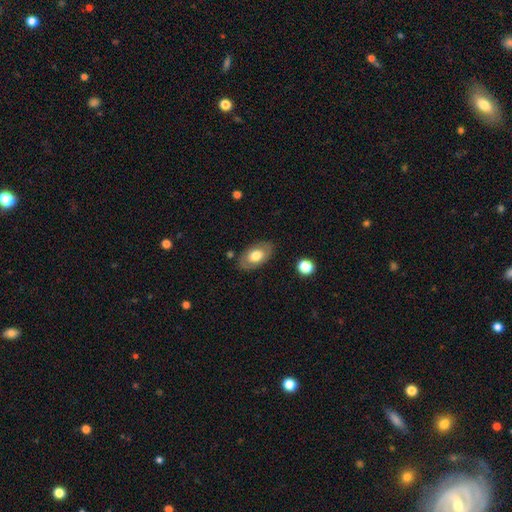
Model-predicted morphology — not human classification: The model was most divided on "smooth or featured": smooth: 62%, featured or disk: 32%, star or artifact: 6%. More confident: how rounded — in between (92%); merging — none (81%).